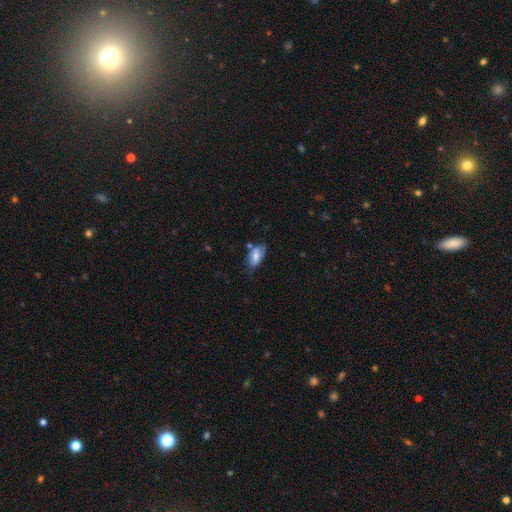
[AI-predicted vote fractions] Q: Smooth or featured?
A: smooth (67%); runner-up: featured or disk (26%)
Q: How rounded?
A: in between (90%); runner-up: cigar-shaped (6%)
Q: Merging?
A: none (52%); runner-up: minor disturbance (31%)